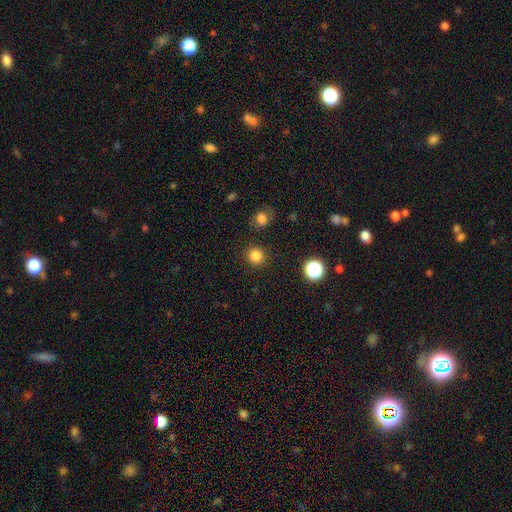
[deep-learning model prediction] Smooth or featured? Predicted: smooth (p=0.82). How rounded? Predicted: round (p=0.93). Merging? Predicted: none (p=0.89).